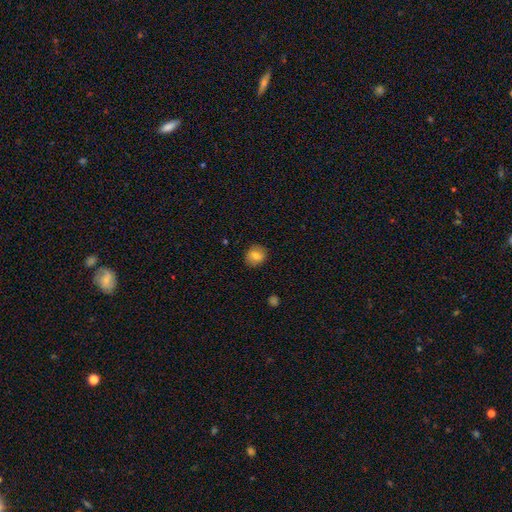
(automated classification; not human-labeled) Smooth or featured: smooth — 79% (featured or disk — 11%)
How rounded: round — 76% (in between — 23%)
Merging: none — 88% (minor disturbance — 9%)